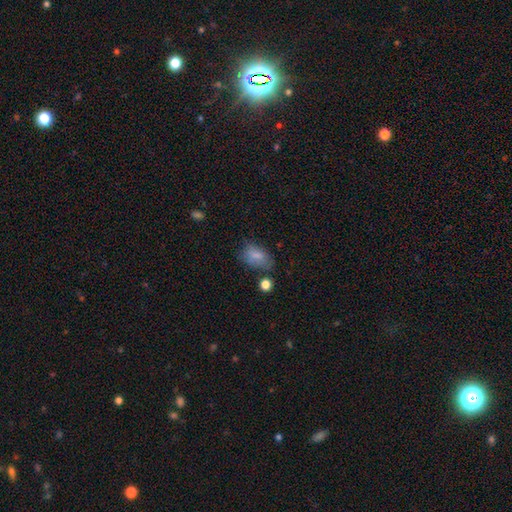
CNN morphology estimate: The model was most divided on "merging": none: 60%, minor disturbance: 25%, major disturbance: 9%, merger: 6%. More confident: how rounded — in between (88%); smooth or featured — smooth (79%).